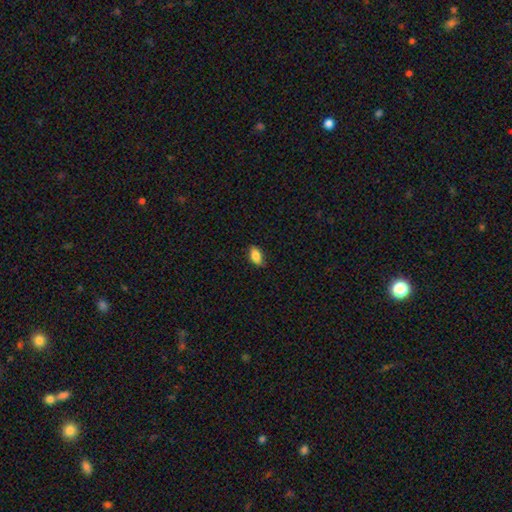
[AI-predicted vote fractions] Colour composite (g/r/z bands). It shows a smooth galaxy with no disk features (83%) that is in between round and cigar-shaped (89%). Merging: none (81%).